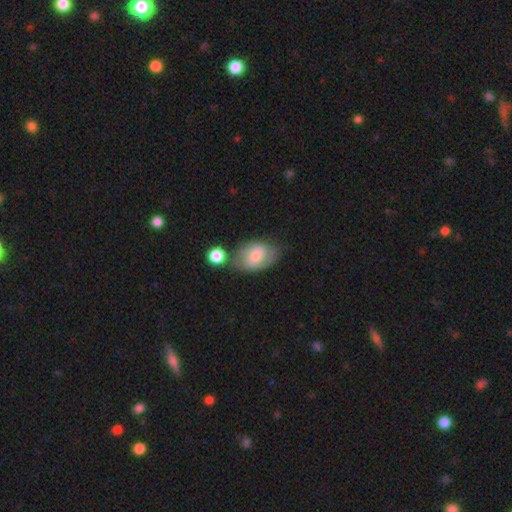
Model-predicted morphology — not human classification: Smooth or featured: smooth — 53% (featured or disk — 40%)
How rounded: in between — 80% (round — 18%)
Merging: none — 48% (minor disturbance — 26%)